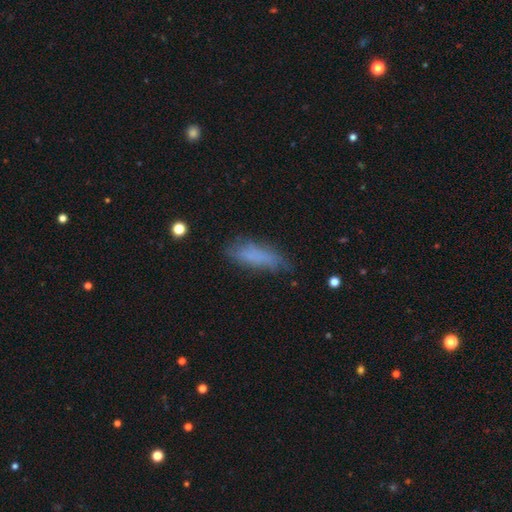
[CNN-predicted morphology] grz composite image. It shows a smooth galaxy with no disk features (73%) that is in between round and cigar-shaped (51%). Merging: none (63%).